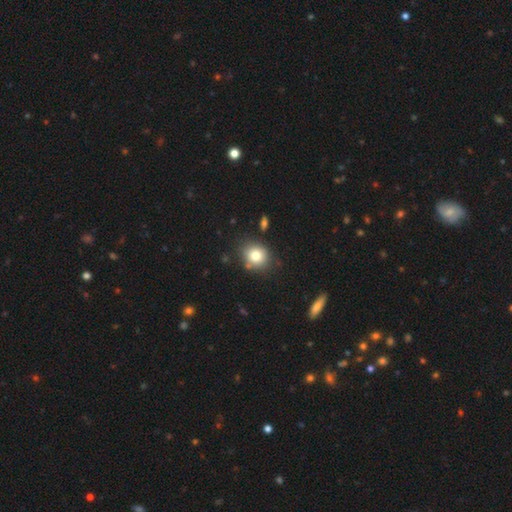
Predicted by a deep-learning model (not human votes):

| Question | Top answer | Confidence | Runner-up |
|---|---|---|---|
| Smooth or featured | smooth | 79% | star or artifact (11%) |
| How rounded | round | 74% | in between (25%) |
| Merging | none | 79% | minor disturbance (12%) |